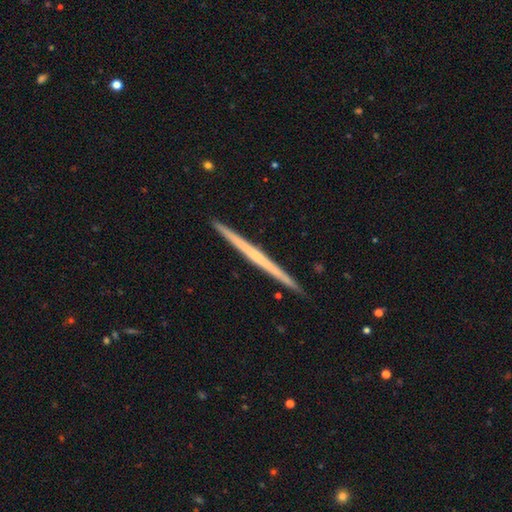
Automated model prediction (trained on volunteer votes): Smooth or featured?
  - featured or disk: 62% *
  - smooth: 32%
  - star or artifact: 6%
Edge-on disk?
  - yes: 98% *
  - no: 2%
Edge-on bulge?
  - none: 87% *
  - rounded: 10%
  - boxy: 3%
Merging?
  - none: 93% *
  - minor disturbance: 5%
  - merger: 1%
  - major disturbance: 1%